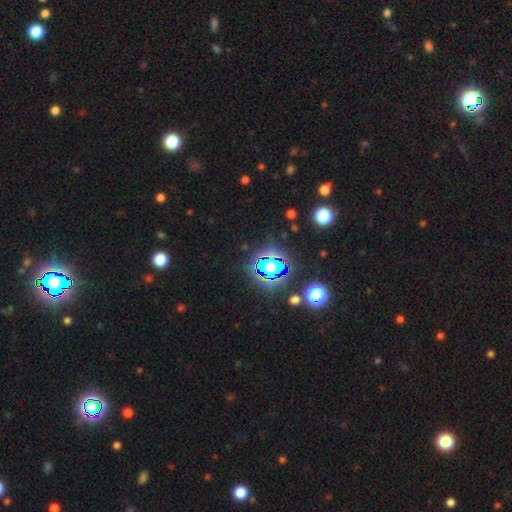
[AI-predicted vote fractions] A star or artifact, not a galaxy (81%).